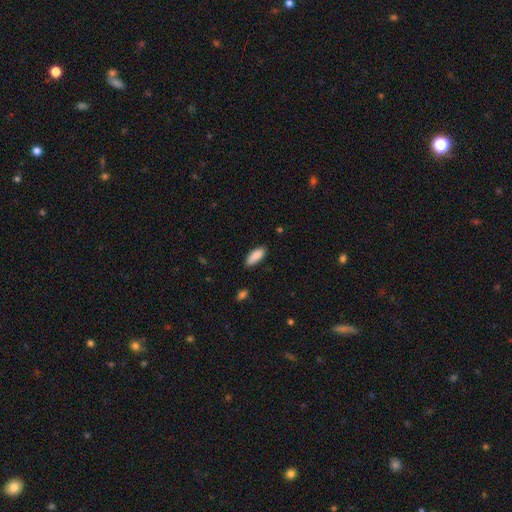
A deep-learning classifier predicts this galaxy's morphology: Smooth or featured? Predicted: smooth (p=0.89). How rounded? Predicted: in between (p=0.73). Merging? Predicted: none (p=0.82).